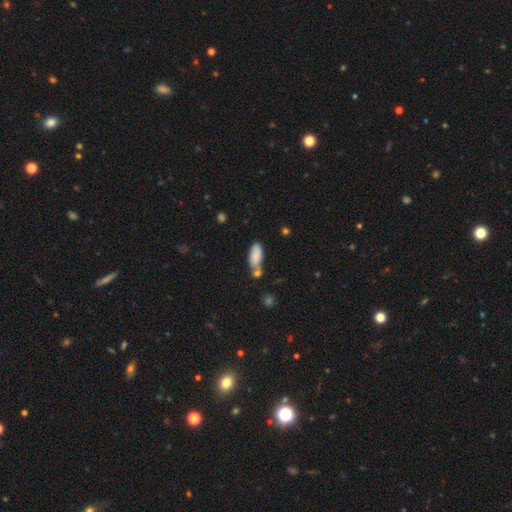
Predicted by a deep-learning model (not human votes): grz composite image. It shows a smooth galaxy with no disk features (85%) that is in between round and cigar-shaped (82%). Merging: none (52%).